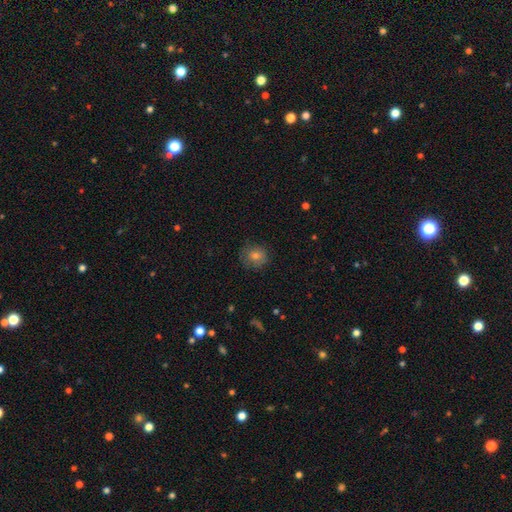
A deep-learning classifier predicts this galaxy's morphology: This is likely a smooth galaxy (68%). How rounded: clearly round (88%). Merging: clearly none (82%).